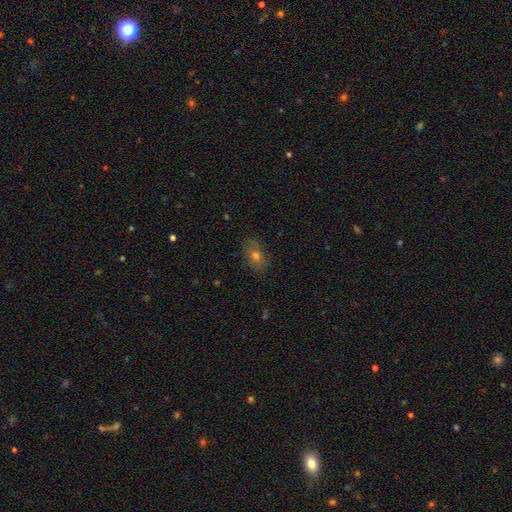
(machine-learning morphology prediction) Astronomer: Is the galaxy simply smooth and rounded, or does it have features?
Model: smooth — 55%.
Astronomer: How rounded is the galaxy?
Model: in between — 77%.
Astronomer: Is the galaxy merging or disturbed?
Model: none — 79%.